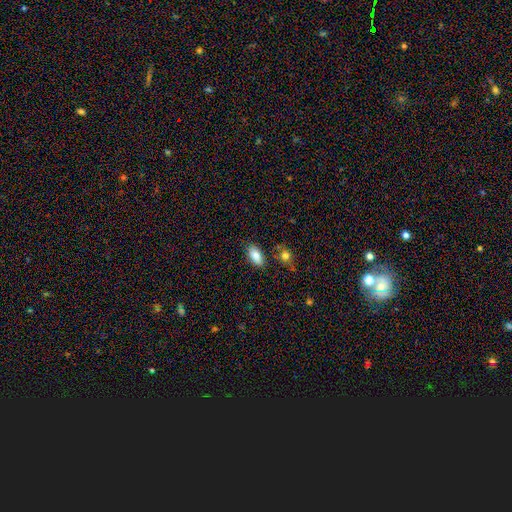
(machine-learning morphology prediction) Smooth or featured: smooth — 85% (featured or disk — 8%)
How rounded: in between — 89% (cigar-shaped — 8%)
Merging: none — 79% (minor disturbance — 13%)